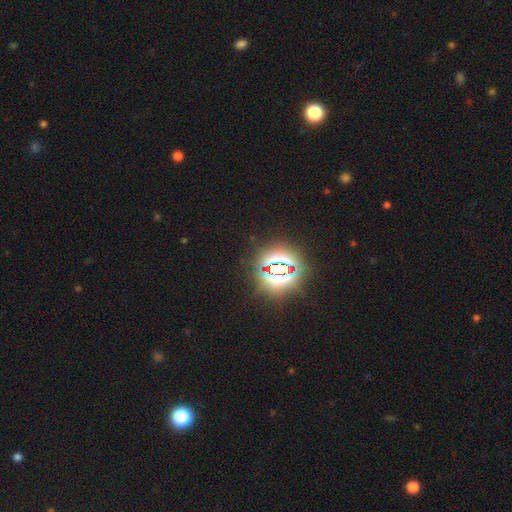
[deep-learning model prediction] Smooth or featured? star or artifact (82%)